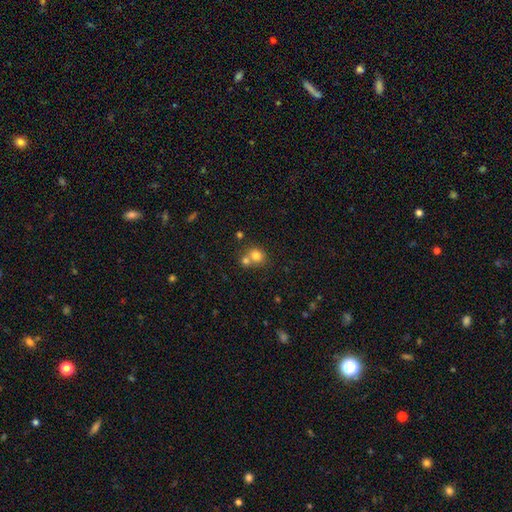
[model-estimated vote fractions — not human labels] smooth 77%, star or artifact 12%, featured or disk 11%. Down the decision tree: how rounded — round (78%); merging — merger (46%).